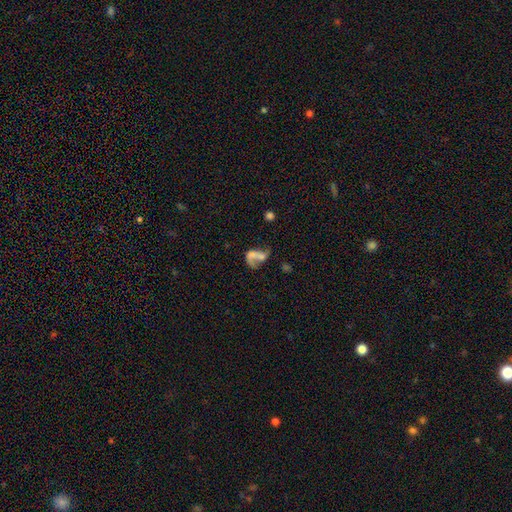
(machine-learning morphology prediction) Smooth or featured? Predicted: featured or disk (p=0.47). Merging? Predicted: major disturbance (p=0.37).